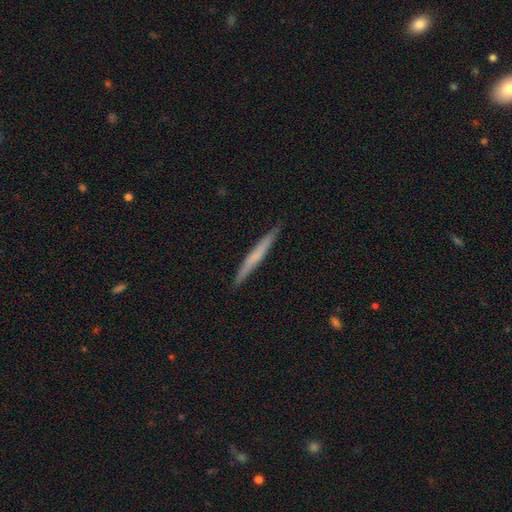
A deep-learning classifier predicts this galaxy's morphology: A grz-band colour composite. It shows a smooth galaxy with no disk features (52%) that is cigar-shaped (97%). Merging: none (91%).